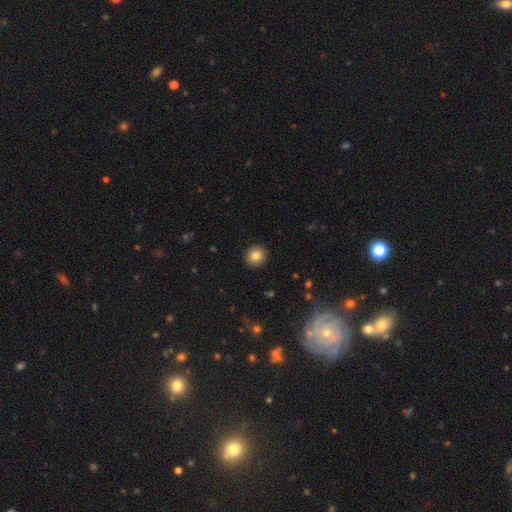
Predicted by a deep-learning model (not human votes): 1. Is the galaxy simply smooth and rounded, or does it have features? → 83% smooth, 10% star or artifact, 7% featured or disk.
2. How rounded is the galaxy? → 92% round, 7% in between, 1% cigar-shaped.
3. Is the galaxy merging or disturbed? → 93% none, 5% minor disturbance, 2% major disturbance, 1% merger.